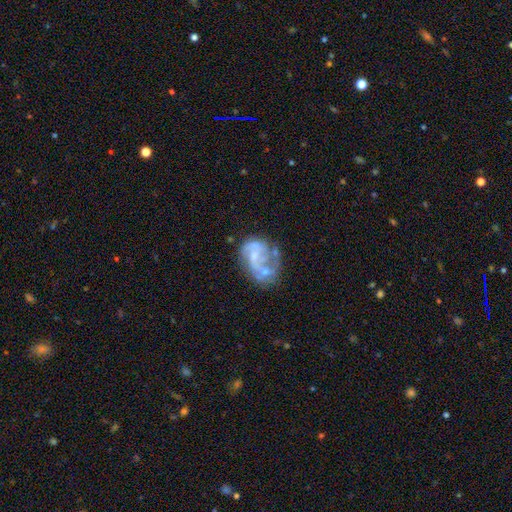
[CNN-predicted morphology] This appears to be a featured or disk galaxy (76%) with no bar (59%), 2 (61%) medium (44%) spiral arms (76%) and a small central bulge (46%). Merging: none (38%).